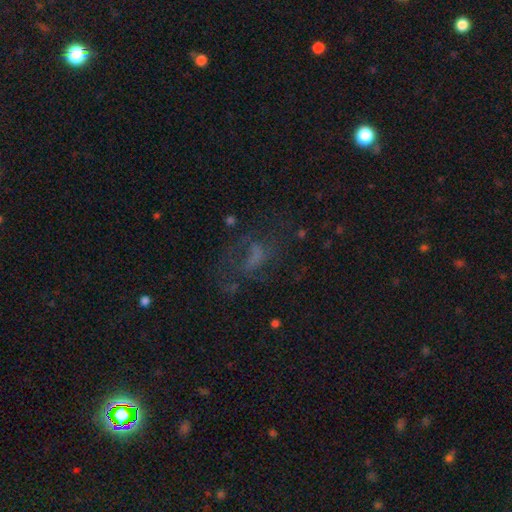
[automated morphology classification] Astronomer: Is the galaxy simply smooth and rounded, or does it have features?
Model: featured or disk — 44% (runner-up: smooth, 31%).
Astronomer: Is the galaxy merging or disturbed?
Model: none — 43% (runner-up: major disturbance, 36%).